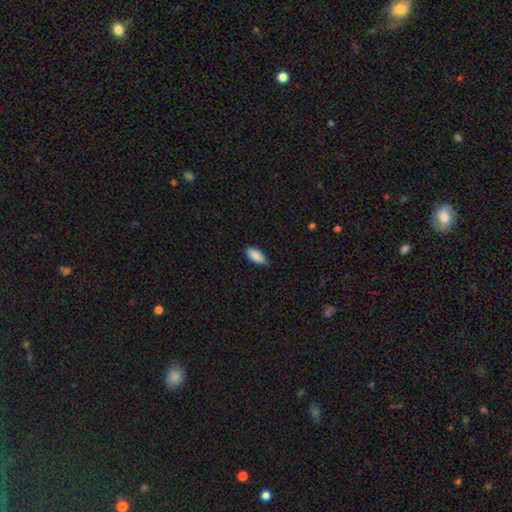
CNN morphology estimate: A smooth galaxy with no disk features (89%) that is in between round and cigar-shaped (88%). Merging: none (79%).